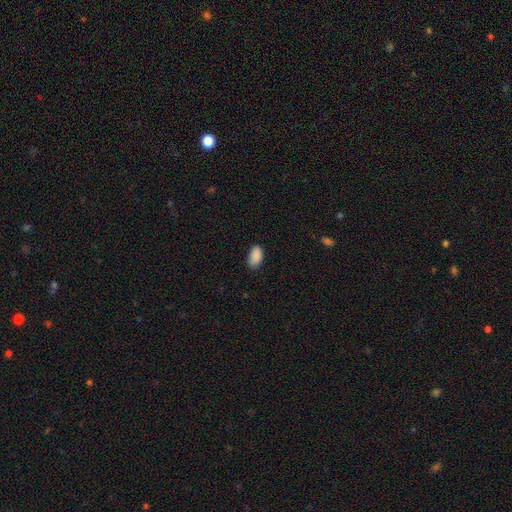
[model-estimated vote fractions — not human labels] Q: Smooth or featured?
A: smooth (90%); runner-up: star or artifact (7%)
Q: How rounded?
A: in between (94%); runner-up: round (4%)
Q: Merging?
A: none (81%); runner-up: minor disturbance (15%)